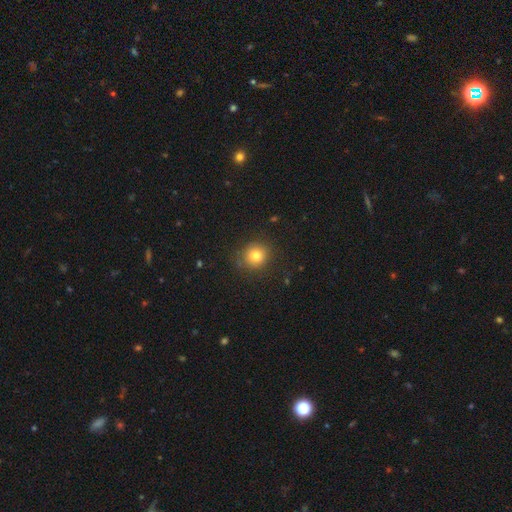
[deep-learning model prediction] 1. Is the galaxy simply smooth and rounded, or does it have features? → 78% smooth, 13% star or artifact, 9% featured or disk.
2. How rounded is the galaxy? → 90% round, 9% in between, 1% cigar-shaped.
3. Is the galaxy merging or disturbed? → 86% none, 10% minor disturbance, 3% major disturbance, 1% merger.